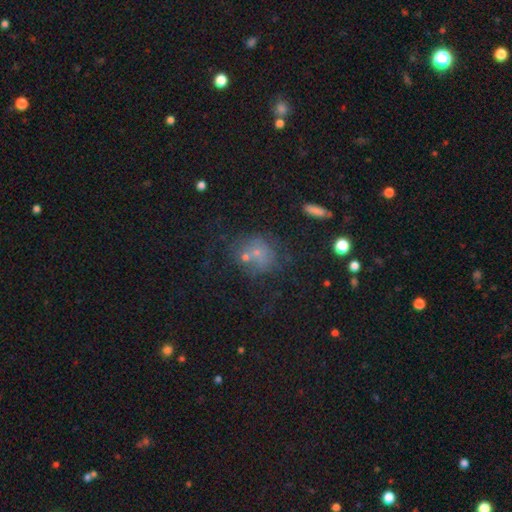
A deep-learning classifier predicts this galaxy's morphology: This is possibly a smooth galaxy (50%). Merging: possibly none (57%).